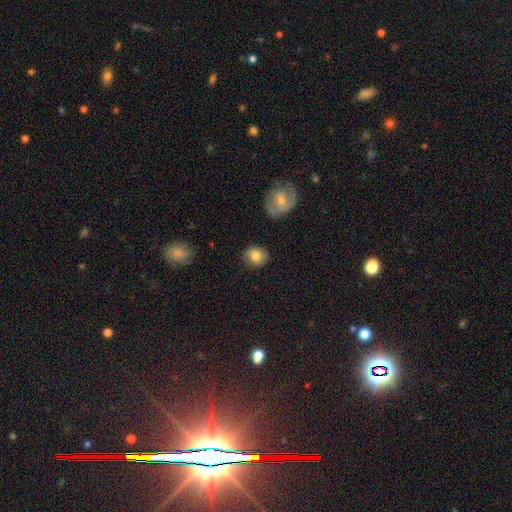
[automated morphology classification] Overall: smooth (77%). How rounded: round (71%). Merging: none (80%).